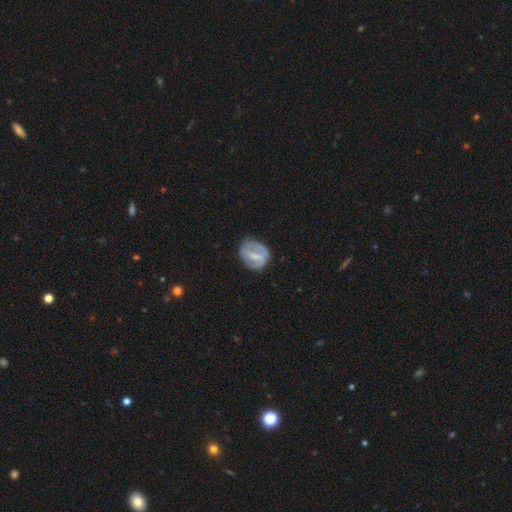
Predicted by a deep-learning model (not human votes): Smooth or featured? Predicted: featured or disk (p=0.52). Edge-on disk? Predicted: no (p=0.96). Merging? Predicted: none (p=0.61).